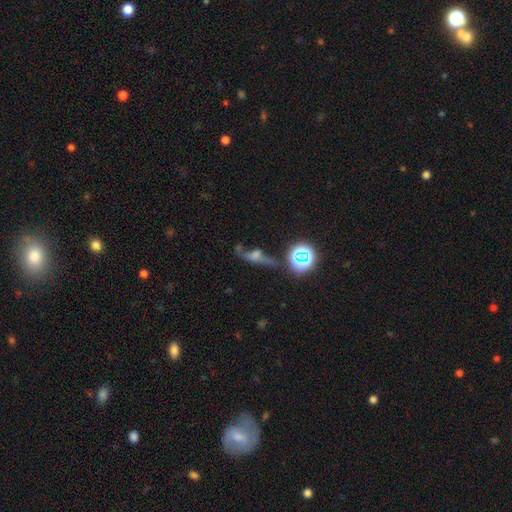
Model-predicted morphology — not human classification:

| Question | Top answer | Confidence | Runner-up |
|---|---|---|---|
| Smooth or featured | featured or disk | 47% | smooth (27%) |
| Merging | none | 59% | minor disturbance (20%) |